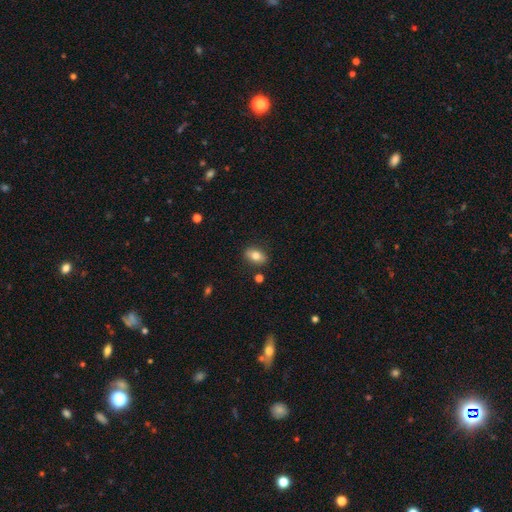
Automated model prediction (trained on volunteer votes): Smooth or featured?
  - smooth: 77% *
  - featured or disk: 15%
  - star or artifact: 8%
How rounded?
  - in between: 85% *
  - round: 11%
  - cigar-shaped: 4%
Merging?
  - none: 85% *
  - minor disturbance: 10%
  - merger: 3%
  - major disturbance: 2%